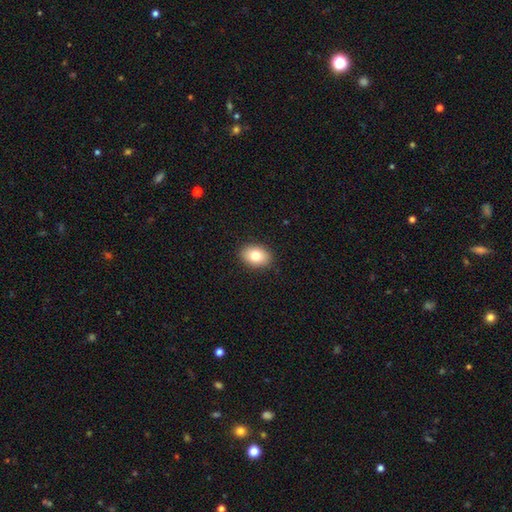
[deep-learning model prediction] Morphology: type=smooth (80%); roundness=in between (75%); merging=none (90%).